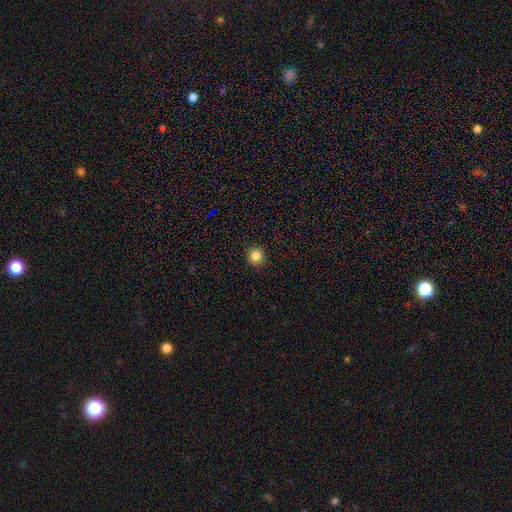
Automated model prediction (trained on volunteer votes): Smooth or featured? Predicted: smooth (p=0.84). How rounded? Predicted: round (p=0.94). Merging? Predicted: none (p=0.93).